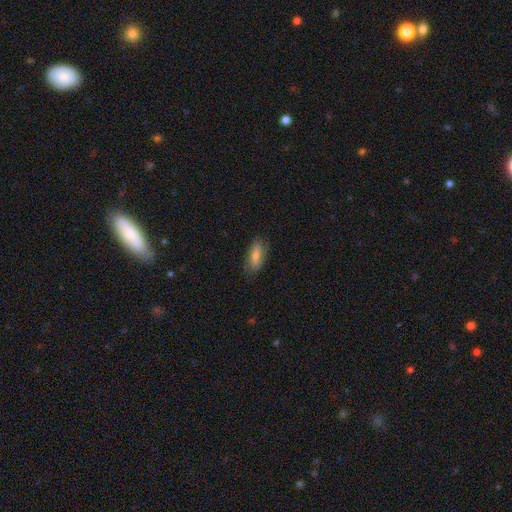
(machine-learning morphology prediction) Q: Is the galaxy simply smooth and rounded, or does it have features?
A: smooth — 56%.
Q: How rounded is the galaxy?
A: in between — 78%.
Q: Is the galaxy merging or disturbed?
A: none — 74%.